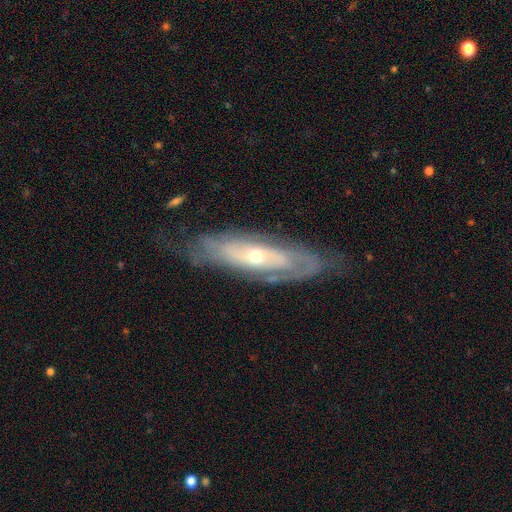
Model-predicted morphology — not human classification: Smooth or featured? featured or disk (76%)
Edge-on disk? no (77%)
Bar? no (75%)
Spiral arms? yes (69%)
Bulge size? moderate (48%, tied with small)
Merging? none (70%)